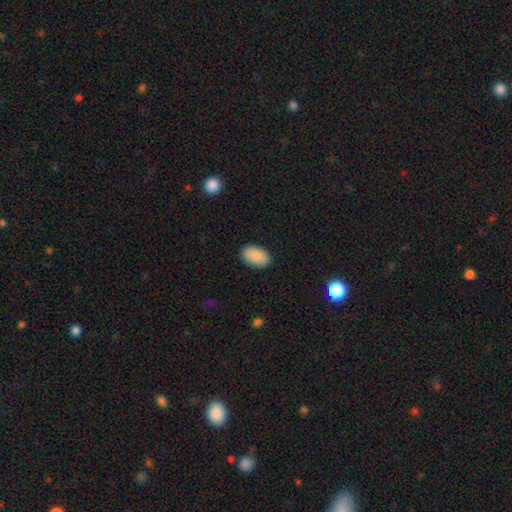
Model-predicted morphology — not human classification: type=smooth (89%); roundness=in between (92%); merging=none (88%).